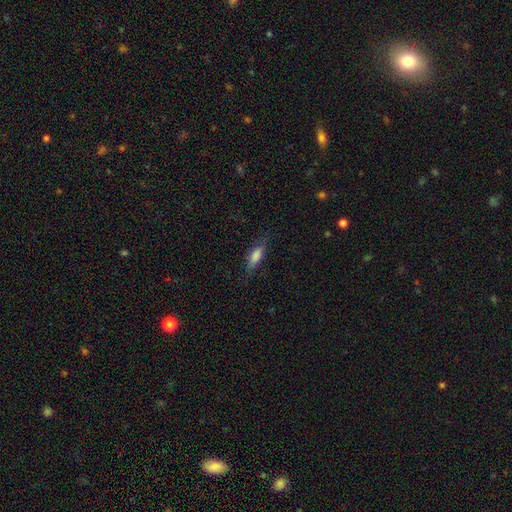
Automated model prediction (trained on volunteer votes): Smooth or featured: smooth — 64% (featured or disk — 26%)
How rounded: cigar-shaped — 52% (in between — 45%)
Merging: none — 72% (minor disturbance — 19%)